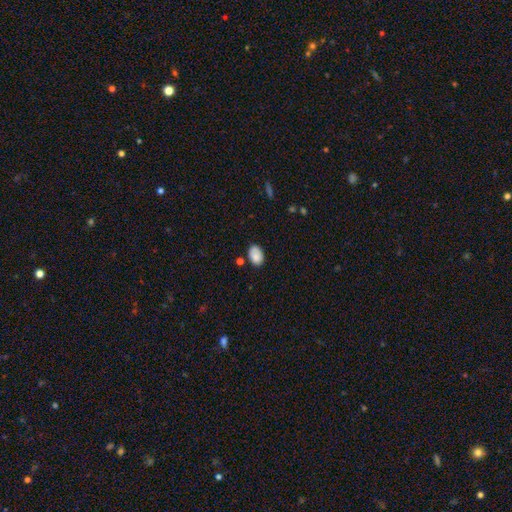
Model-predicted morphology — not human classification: Overall: smooth (84%). How rounded: in between (87%). Merging: none (70%).